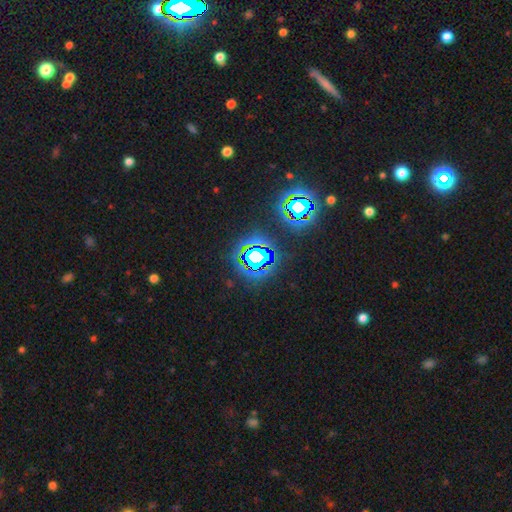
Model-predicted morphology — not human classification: The model was most divided on "smooth or featured": star or artifact: 67%, smooth: 17%, featured or disk: 15%.